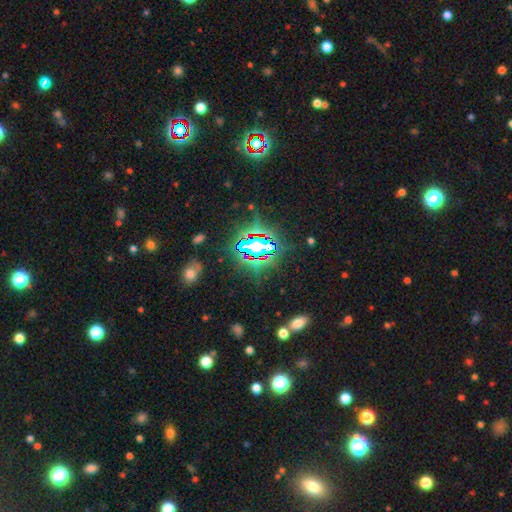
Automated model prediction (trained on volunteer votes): Overall: star or artifact (80%).